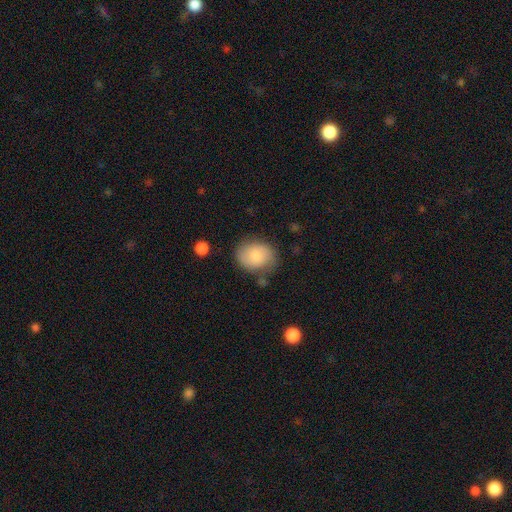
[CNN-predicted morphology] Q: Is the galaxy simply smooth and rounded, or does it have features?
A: smooth — 71%.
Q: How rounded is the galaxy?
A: round — 50%.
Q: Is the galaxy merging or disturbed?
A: none — 70%.